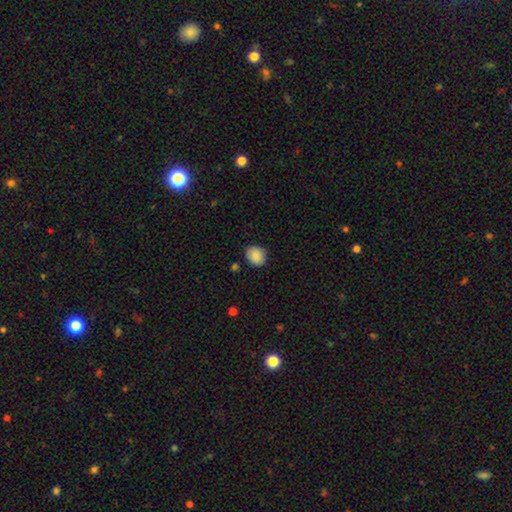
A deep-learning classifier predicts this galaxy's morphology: Smooth or featured: smooth — 88% (star or artifact — 8%)
How rounded: round — 59% (in between — 40%)
Merging: none — 84% (minor disturbance — 12%)